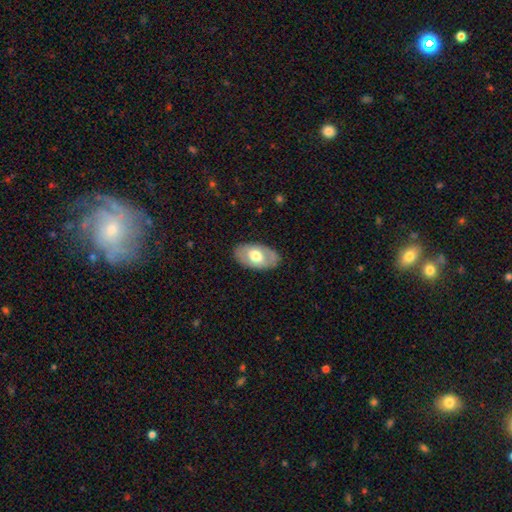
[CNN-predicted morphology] smooth 53%, featured or disk 42%, star or artifact 5%. Down the decision tree: how rounded — in between (92%); merging — none (83%).